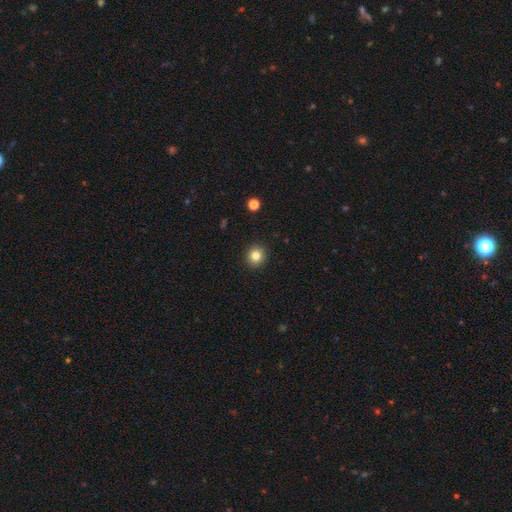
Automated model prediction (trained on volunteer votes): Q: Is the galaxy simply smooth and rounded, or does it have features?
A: smooth — 82%.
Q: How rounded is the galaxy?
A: round — 88%.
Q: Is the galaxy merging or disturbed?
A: none — 92%.